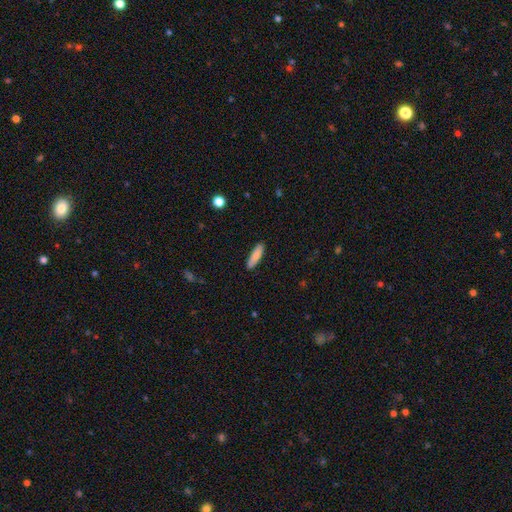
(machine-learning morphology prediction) Smooth or featured?
  - smooth: 85% *
  - featured or disk: 8%
  - star or artifact: 6%
How rounded?
  - cigar-shaped: 69% *
  - in between: 29%
  - round: 2%
Merging?
  - none: 88% *
  - minor disturbance: 9%
  - major disturbance: 2%
  - merger: 1%